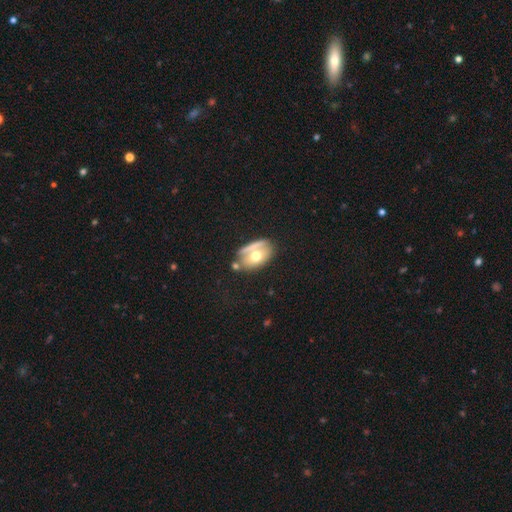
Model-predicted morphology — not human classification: The model was most divided on "merging": none: 38%, merger: 27%, minor disturbance: 21%, major disturbance: 14%. More confident: how rounded — in between (82%); smooth or featured — smooth (56%).